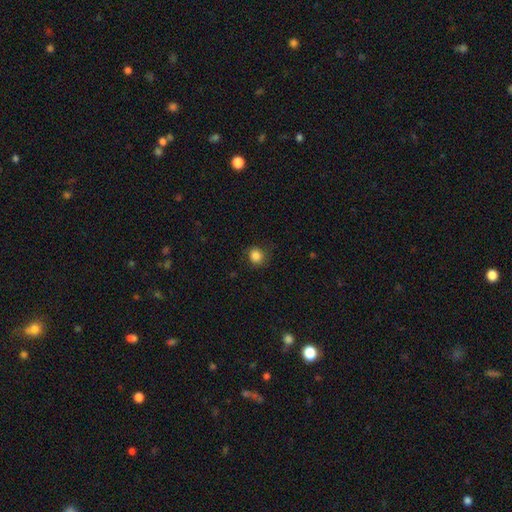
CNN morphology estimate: Smooth or featured? Predicted: smooth (p=0.85). How rounded? Predicted: round (p=0.84). Merging? Predicted: none (p=0.82).